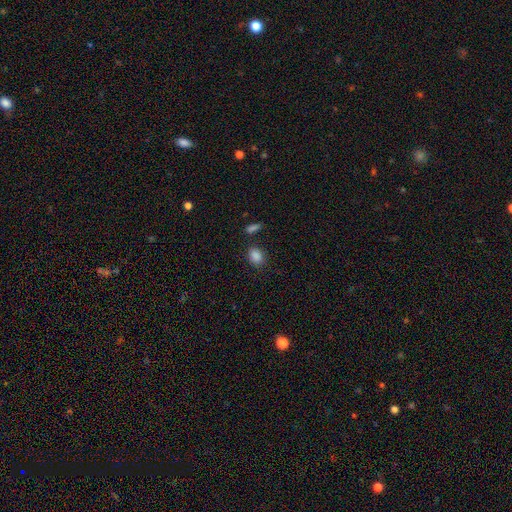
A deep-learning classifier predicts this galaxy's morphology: Smooth or featured? smooth (87%)
How rounded? in between (61%)
Merging? none (80%)